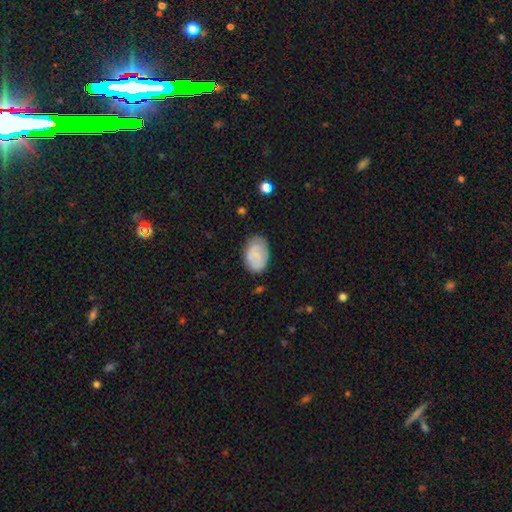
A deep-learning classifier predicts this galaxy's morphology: A smooth galaxy with no disk features (68%) that is in between round and cigar-shaped (88%).

Vote fractions:
- Smooth or featured? smooth: 68% / featured or disk: 25% / star or artifact: 7%
- How rounded? in between: 88% / round: 11% / cigar-shaped: 1%
- Merging? none: 69% / minor disturbance: 23% / major disturbance: 6% / merger: 2%